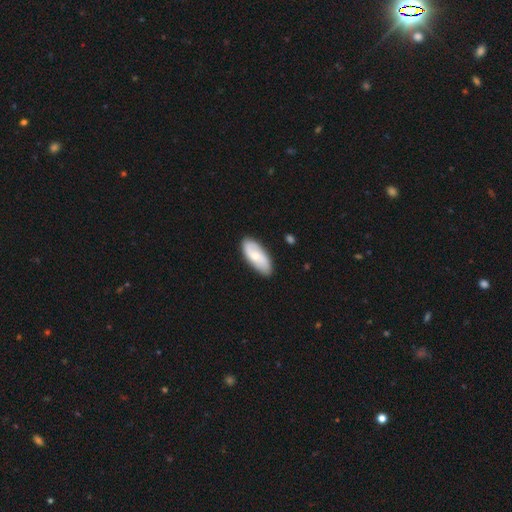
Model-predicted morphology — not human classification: Overall: smooth (57%; featured or disk 38%). How rounded: in between (84%). Merging: none (84%).